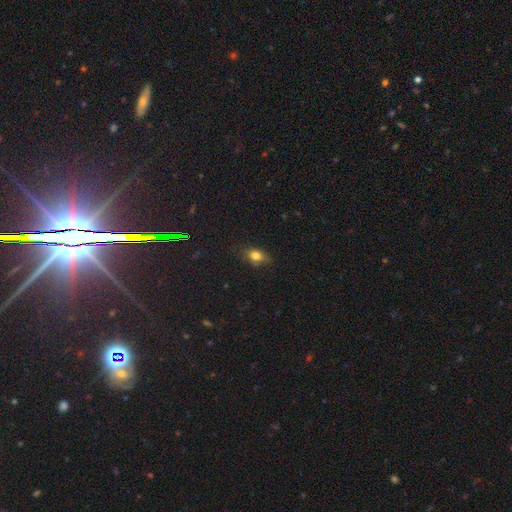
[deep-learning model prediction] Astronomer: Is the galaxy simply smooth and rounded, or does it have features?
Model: smooth — 77%.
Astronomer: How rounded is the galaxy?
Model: in between — 73%.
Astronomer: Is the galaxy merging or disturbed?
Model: none — 73%.